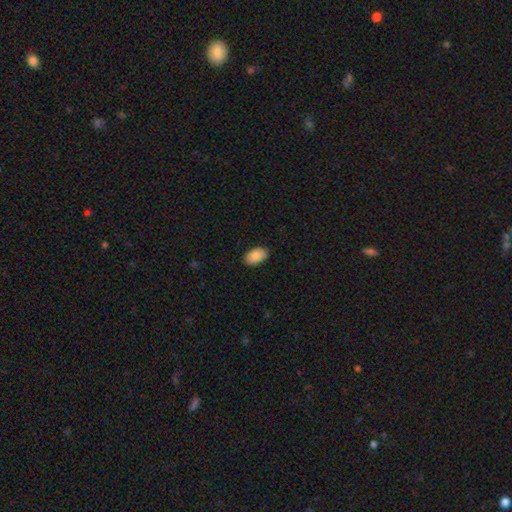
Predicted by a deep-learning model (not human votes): Q: Smooth or featured?
A: smooth (90%); runner-up: star or artifact (6%)
Q: How rounded?
A: in between (93%); runner-up: round (6%)
Q: Merging?
A: none (89%); runner-up: minor disturbance (9%)